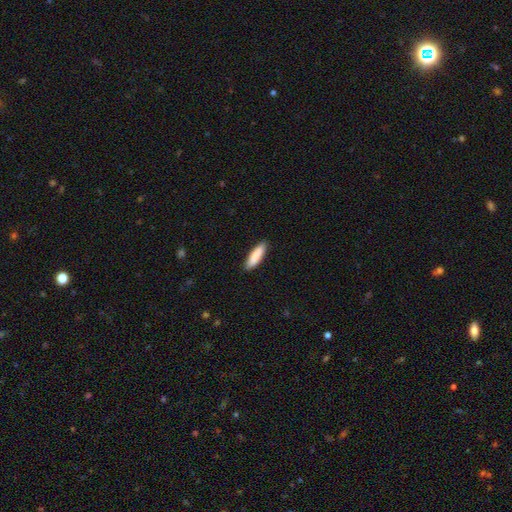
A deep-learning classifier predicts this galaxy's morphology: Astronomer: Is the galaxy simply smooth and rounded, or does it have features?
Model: smooth — 88%.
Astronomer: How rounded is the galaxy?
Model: cigar-shaped — 68%.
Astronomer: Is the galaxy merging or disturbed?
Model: none — 88%.